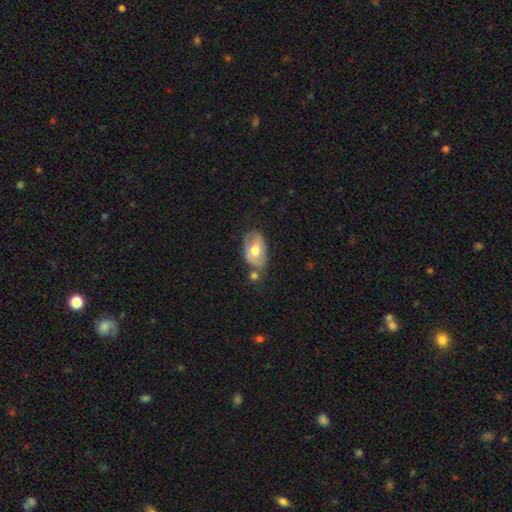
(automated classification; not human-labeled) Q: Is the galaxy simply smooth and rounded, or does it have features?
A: smooth — 51%.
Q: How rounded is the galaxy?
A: in between — 89%.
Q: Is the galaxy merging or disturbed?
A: none — 51%.